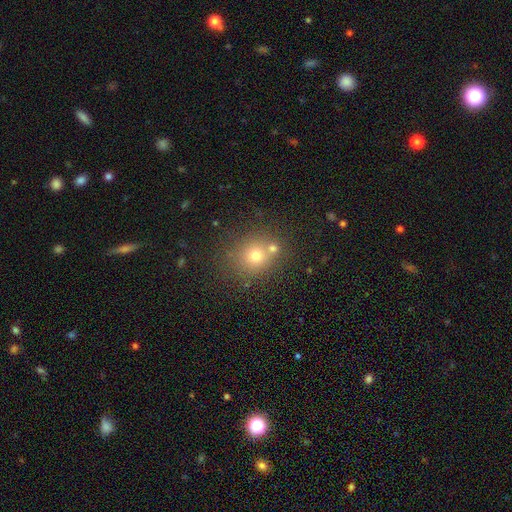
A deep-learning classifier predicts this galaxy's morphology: smooth_or_featured: smooth (p=0.69) [alt: star or artifact p=0.18]
how_rounded: round (p=0.82) [alt: in between p=0.17]
merging: none (p=0.63) [alt: merger p=0.25]